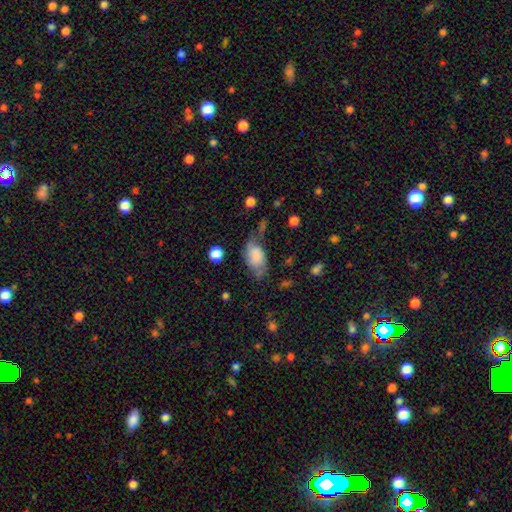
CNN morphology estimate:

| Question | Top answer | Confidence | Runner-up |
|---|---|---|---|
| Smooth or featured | smooth | 59% | featured or disk (33%) |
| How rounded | in between | 90% | round (7%) |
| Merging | none | 35% | minor disturbance (31%) |